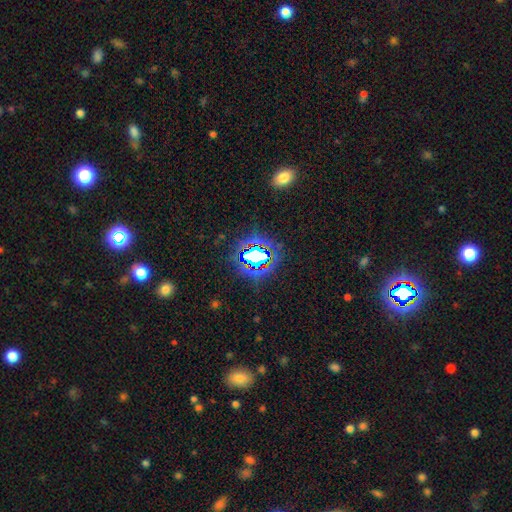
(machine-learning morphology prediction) This is likely a star or artifact rather than a galaxy (68%).